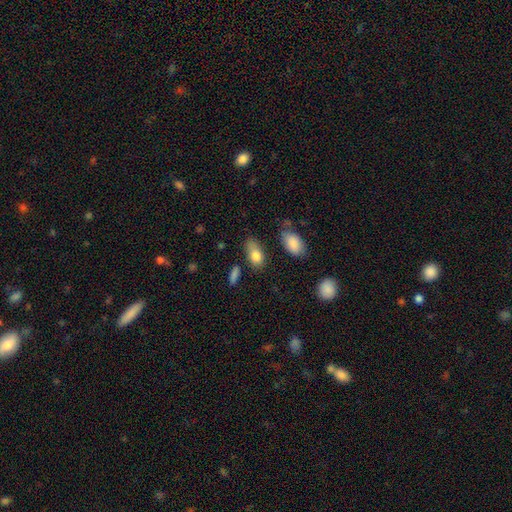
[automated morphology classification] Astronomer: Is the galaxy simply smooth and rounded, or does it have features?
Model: smooth — 82%.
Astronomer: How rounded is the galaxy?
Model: in between — 88%.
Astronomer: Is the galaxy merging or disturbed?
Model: none — 60%.